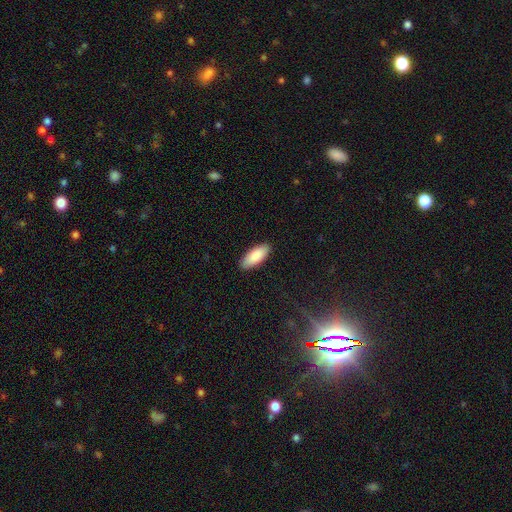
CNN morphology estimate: Smooth or featured?
  - smooth: 89% *
  - featured or disk: 6%
  - star or artifact: 5%
How rounded?
  - in between: 82% *
  - cigar-shaped: 16%
  - round: 2%
Merging?
  - none: 89% *
  - minor disturbance: 8%
  - major disturbance: 2%
  - merger: 1%